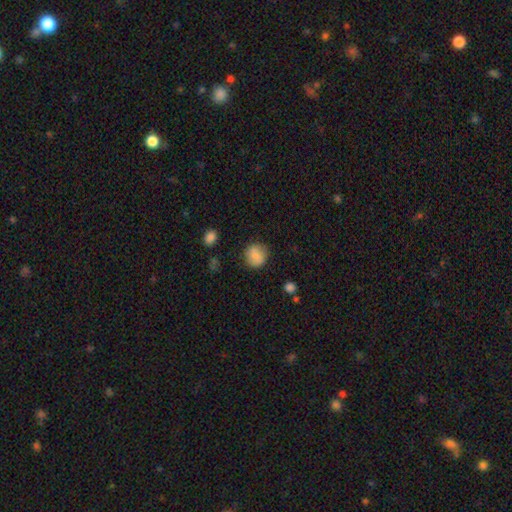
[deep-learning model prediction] This appears to be a smooth galaxy with no disk features (80%) that is round (85%). Merging: none (81%).